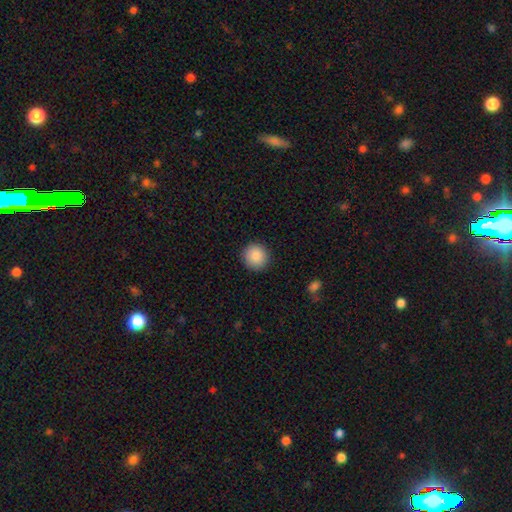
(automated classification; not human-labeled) A smooth galaxy with no disk features (89%) that is round (93%).

Vote fractions:
- Smooth or featured? smooth: 89% / star or artifact: 8% / featured or disk: 3%
- How rounded? round: 93% / in between: 6% / cigar-shaped: 1%
- Merging? none: 92% / minor disturbance: 5% / major disturbance: 2% / merger: 1%